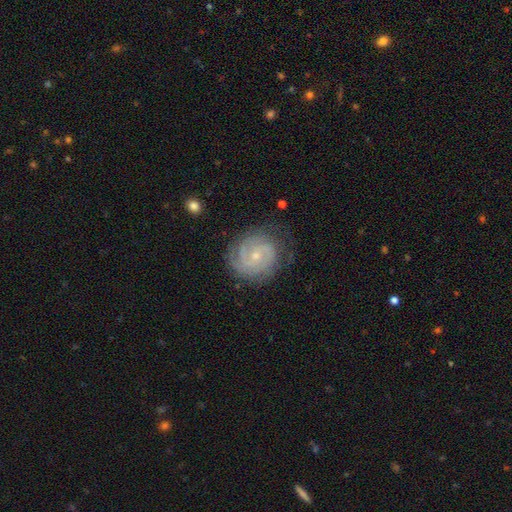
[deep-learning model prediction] Morphology: type=featured or disk (83%); edge-on=no (98%); bar=no (63%); spiral arms=yes (96%); winding=tight (69%); arm count=2 (41%); bulge=small (72%); merging=none (77%).